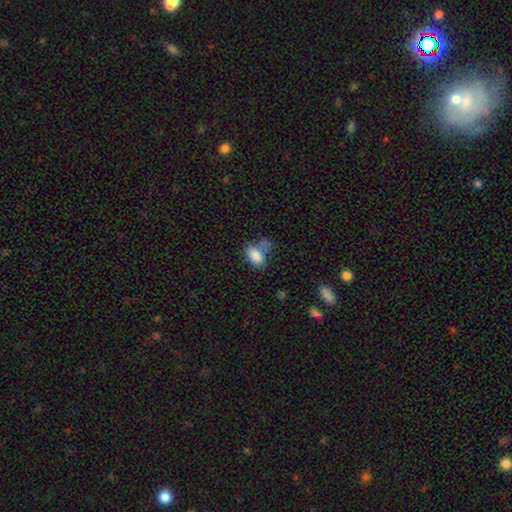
smooth 84%, featured or disk 8%, star or artifact 8%. Down the decision tree: how rounded — in between (94%); merging — merger (37%).